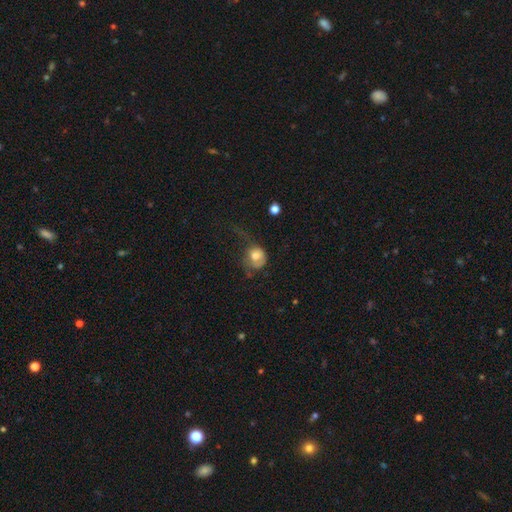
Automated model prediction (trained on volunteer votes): Smooth or featured: smooth — 69% (featured or disk — 23%)
How rounded: round — 68% (in between — 31%)
Merging: major disturbance — 46% (none — 25%)